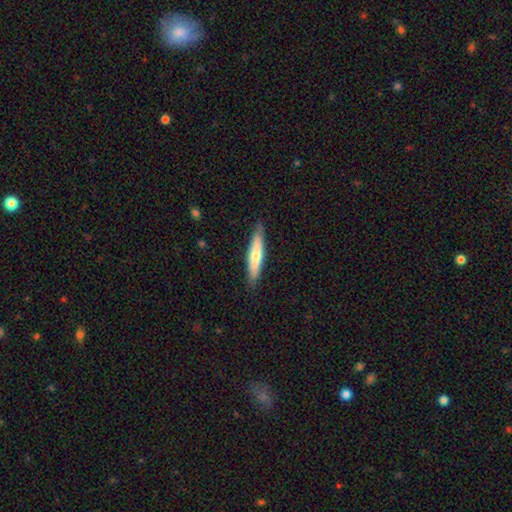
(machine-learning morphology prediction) The model was most divided on "smooth or featured": smooth: 60%, featured or disk: 35%, star or artifact: 5%. More confident: how rounded — cigar-shaped (88%); merging — none (87%).